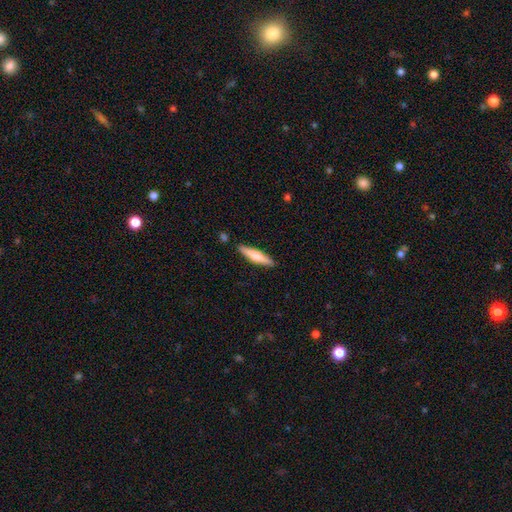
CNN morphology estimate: Smooth or featured? smooth (48%)
Merging? none (89%)